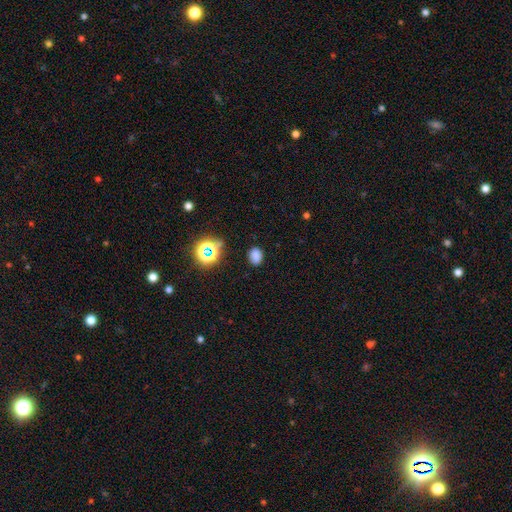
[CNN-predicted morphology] Smooth or featured?
  - smooth: 75% *
  - star or artifact: 19%
  - featured or disk: 5%
How rounded?
  - in between: 64% *
  - round: 34%
  - cigar-shaped: 1%
Merging?
  - none: 85% *
  - minor disturbance: 11%
  - major disturbance: 3%
  - merger: 2%